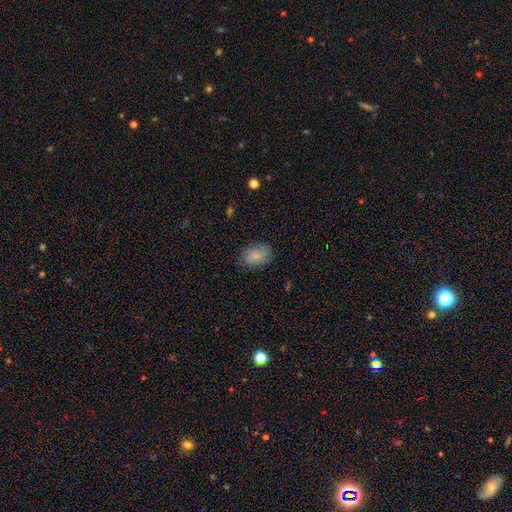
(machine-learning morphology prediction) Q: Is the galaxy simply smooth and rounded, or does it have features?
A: smooth — 78%.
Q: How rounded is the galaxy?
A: in between — 82%.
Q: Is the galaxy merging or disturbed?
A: none — 79%.